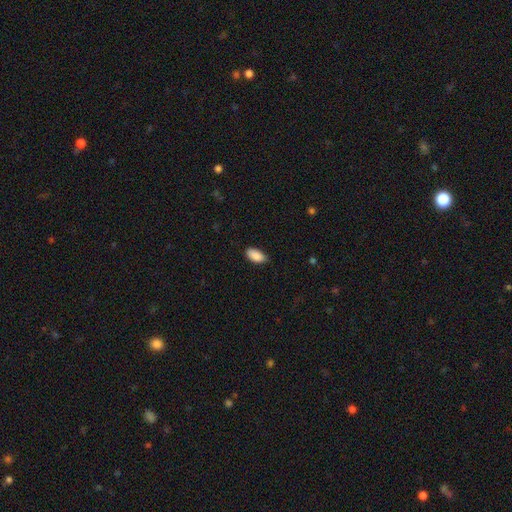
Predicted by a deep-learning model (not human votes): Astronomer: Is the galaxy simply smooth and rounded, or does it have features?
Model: smooth — 89%.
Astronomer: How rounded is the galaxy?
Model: in between — 93%.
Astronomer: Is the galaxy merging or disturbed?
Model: none — 80%.